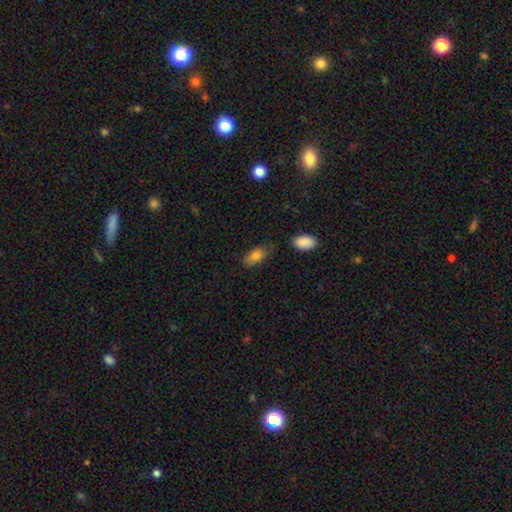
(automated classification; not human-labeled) Smooth or featured?
  - smooth: 81% *
  - featured or disk: 11%
  - star or artifact: 8%
How rounded?
  - in between: 90% *
  - cigar-shaped: 6%
  - round: 3%
Merging?
  - none: 68% *
  - minor disturbance: 22%
  - merger: 6%
  - major disturbance: 5%